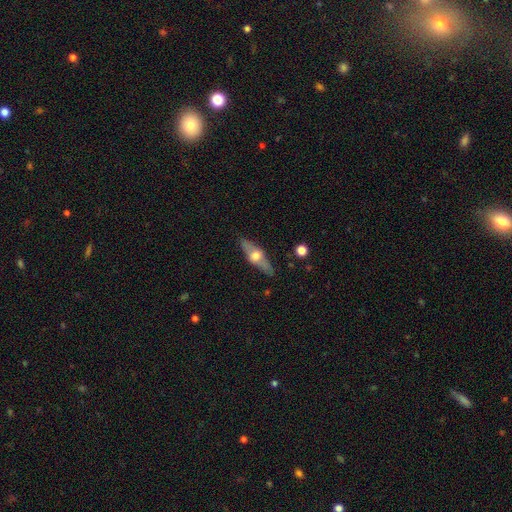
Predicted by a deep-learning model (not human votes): This appears to be a featured or disk galaxy (58%) viewed edge-on (84%). Merging: none (84%).